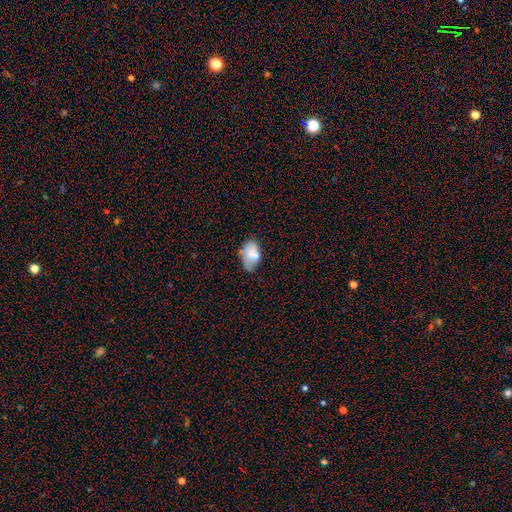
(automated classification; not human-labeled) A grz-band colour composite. It shows a smooth galaxy with no disk features (73%) that is in between round and cigar-shaped (88%). Merging: none (57%).